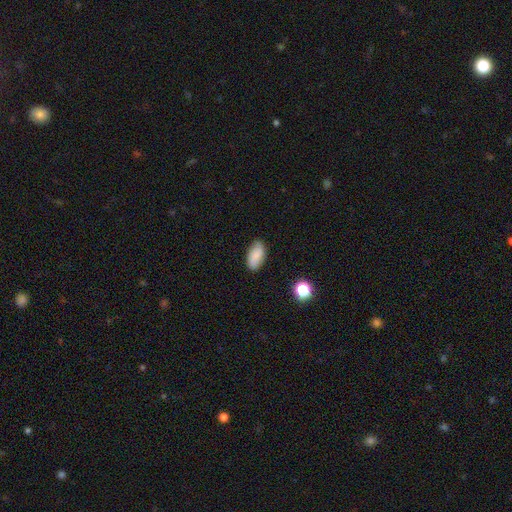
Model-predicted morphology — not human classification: A smooth galaxy with no disk features (78%) that is in between round and cigar-shaped (93%).

Vote fractions:
- Smooth or featured? smooth: 78% / featured or disk: 13% / star or artifact: 9%
- How rounded? in between: 93% / round: 4% / cigar-shaped: 3%
- Merging? none: 83% / minor disturbance: 13% / major disturbance: 3% / merger: 1%